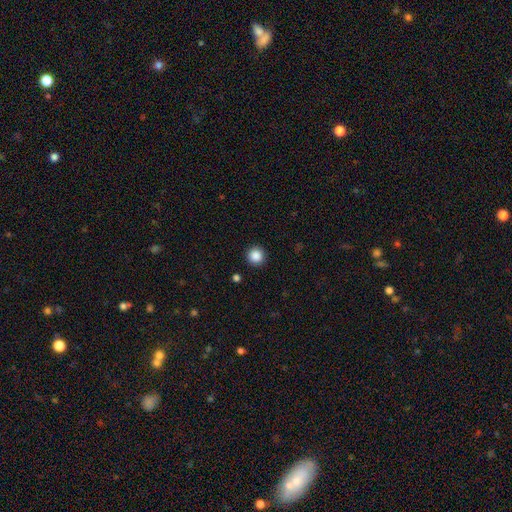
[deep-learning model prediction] Smooth or featured? Predicted: smooth (p=0.87). How rounded? Predicted: round (p=0.96). Merging? Predicted: none (p=0.93).